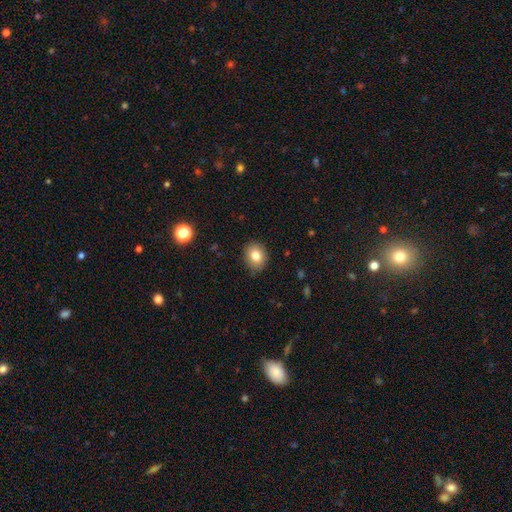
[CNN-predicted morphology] Smooth or featured? smooth (81%)
How rounded? round (56%)
Merging? none (84%)